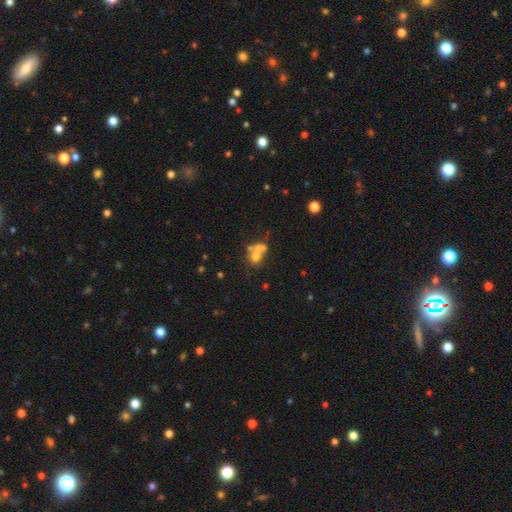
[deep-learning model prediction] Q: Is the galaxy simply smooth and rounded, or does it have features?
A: smooth — 55%.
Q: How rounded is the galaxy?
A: round — 67%.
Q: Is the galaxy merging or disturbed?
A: merger — 58%.